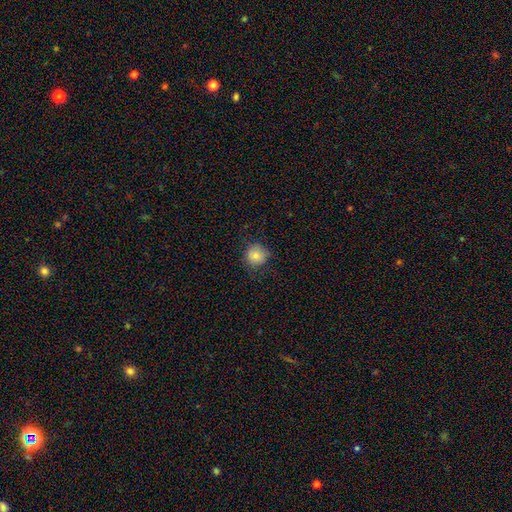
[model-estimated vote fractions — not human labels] smooth-or-featured: smooth: 80% | star or artifact: 11% | featured or disk: 10%
  how-rounded: round: 91% | in between: 8% | cigar-shaped: 1%
  merging: none: 80% | minor disturbance: 15% | major disturbance: 4% | merger: 1%